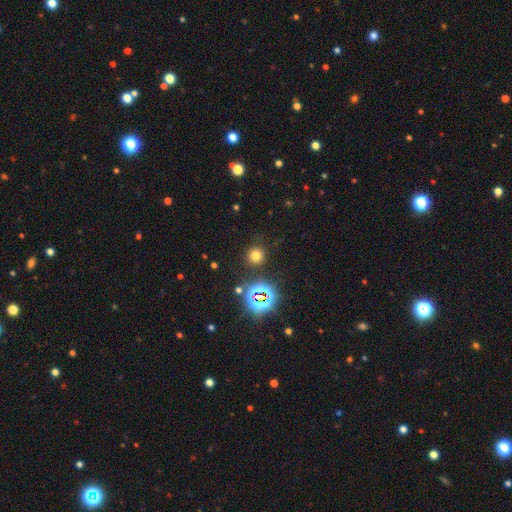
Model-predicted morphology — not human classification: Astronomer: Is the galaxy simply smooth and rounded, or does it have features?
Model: smooth — 66%.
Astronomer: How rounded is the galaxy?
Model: round — 93%.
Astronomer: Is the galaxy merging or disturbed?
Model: none — 88%.